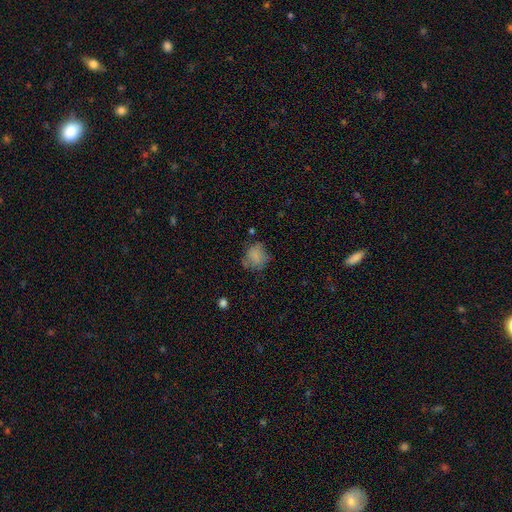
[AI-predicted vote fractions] This appears to be a smooth galaxy with no disk features (76%) that is round (72%). Merging: none (56%).